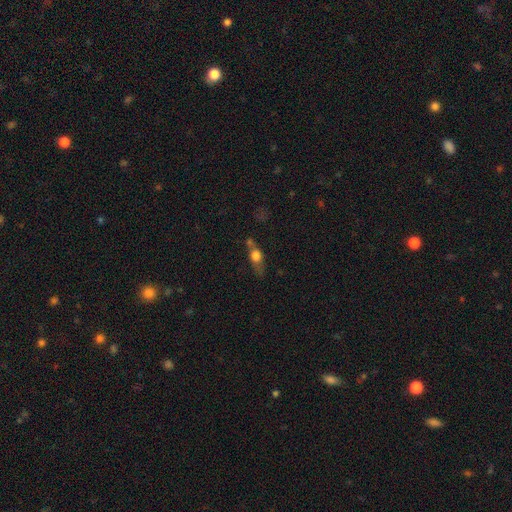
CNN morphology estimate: Smooth or featured? Predicted: smooth (p=0.58). How rounded? Predicted: in between (p=0.48). Merging? Predicted: none (p=0.43).